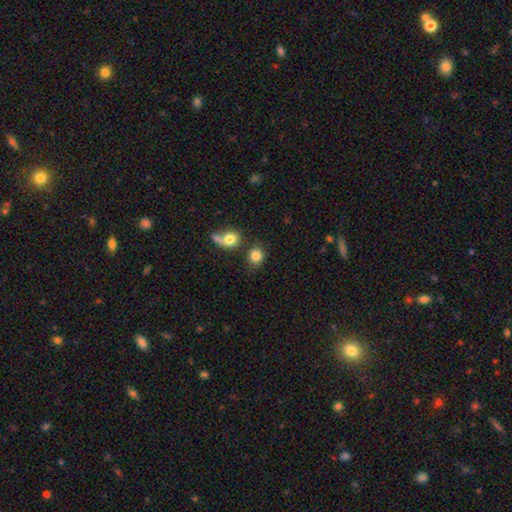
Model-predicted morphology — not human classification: smooth_or_featured: smooth (p=0.83) [alt: star or artifact p=0.10]
how_rounded: round (p=0.79) [alt: in between p=0.20]
merging: none (p=0.67) [alt: merger p=0.17]